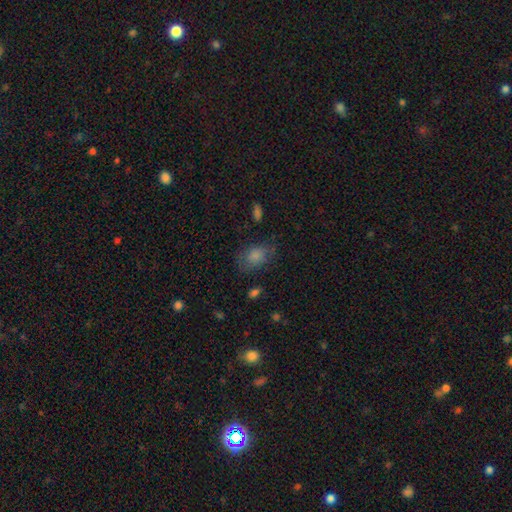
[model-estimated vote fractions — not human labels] Q: Smooth or featured?
A: smooth (80%); runner-up: star or artifact (10%)
Q: How rounded?
A: in between (75%); runner-up: round (23%)
Q: Merging?
A: none (68%); runner-up: minor disturbance (21%)